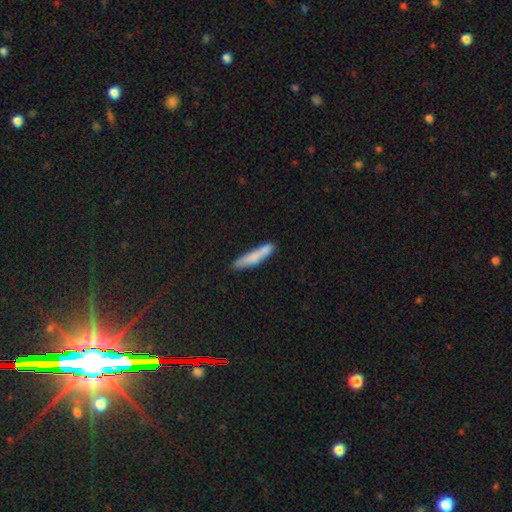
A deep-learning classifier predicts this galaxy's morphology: Smooth or featured? smooth (74%)
How rounded? cigar-shaped (89%)
Merging? none (67%)